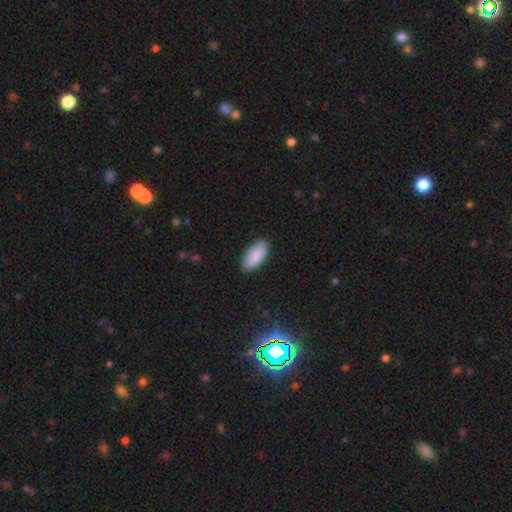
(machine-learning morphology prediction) Smooth or featured? smooth (89%)
How rounded? in between (92%)
Merging? none (87%)